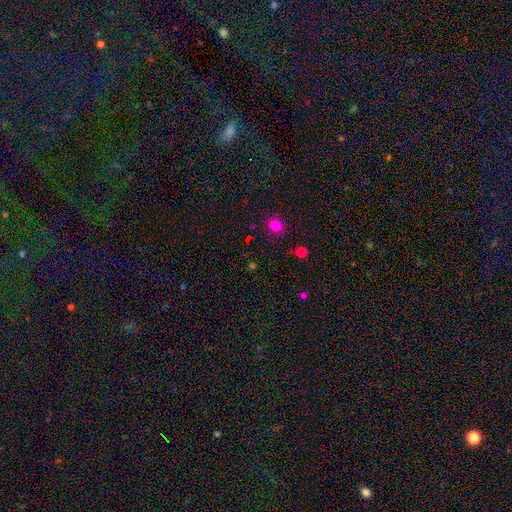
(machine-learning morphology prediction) type=smooth (48%); merging=none (85%).